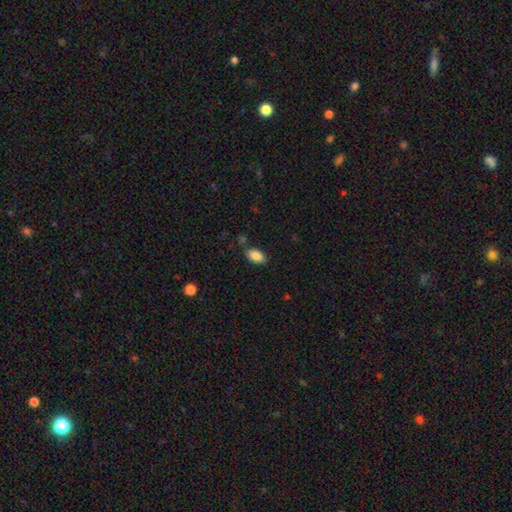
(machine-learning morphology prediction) A smooth galaxy with no disk features (87%) that is in between round and cigar-shaped (93%). Merging: none (81%).